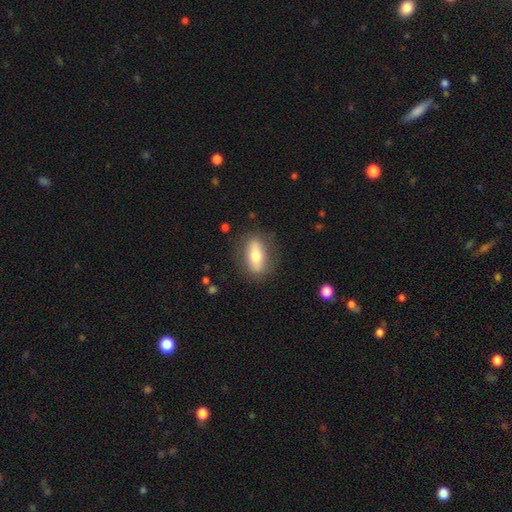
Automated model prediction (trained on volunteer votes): Smooth or featured? Predicted: smooth (p=0.63). How rounded? Predicted: in between (p=0.77). Merging? Predicted: none (p=0.82).